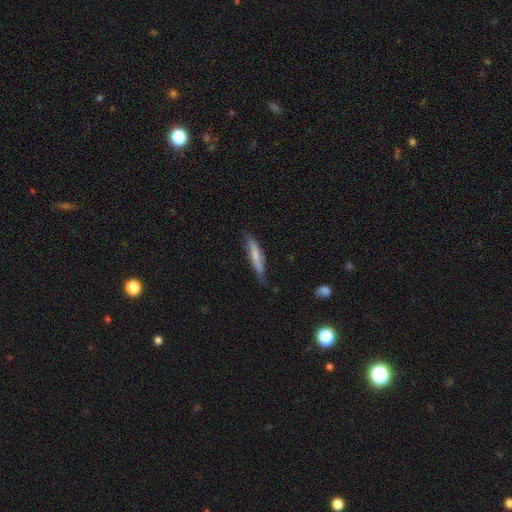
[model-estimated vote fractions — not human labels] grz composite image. It shows a smooth galaxy with no disk features (61%) that is cigar-shaped (88%). Merging: none (63%).